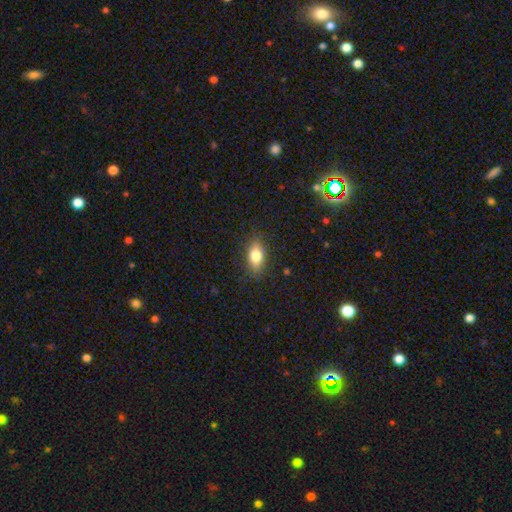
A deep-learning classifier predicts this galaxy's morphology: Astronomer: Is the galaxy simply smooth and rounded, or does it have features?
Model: smooth — 79%.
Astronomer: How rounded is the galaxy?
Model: in between — 85%.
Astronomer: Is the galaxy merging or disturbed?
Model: none — 84%.